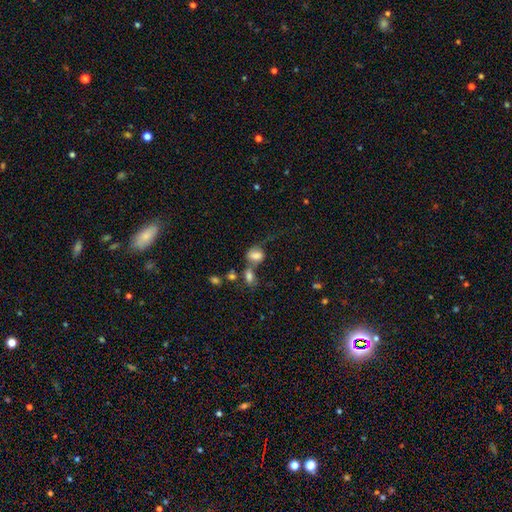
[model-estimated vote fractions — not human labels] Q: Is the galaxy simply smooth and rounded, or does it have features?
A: smooth — 71%.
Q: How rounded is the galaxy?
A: in between — 67%.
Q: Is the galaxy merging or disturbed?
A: merger — 41%.